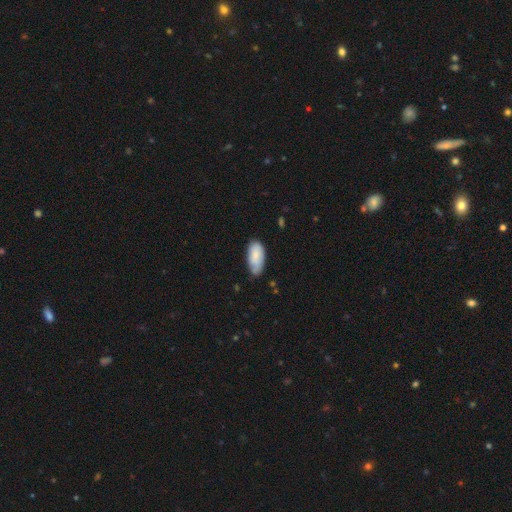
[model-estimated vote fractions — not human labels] Overall: smooth (82%). How rounded: in between (91%). Merging: none (62%; minor disturbance 31%).